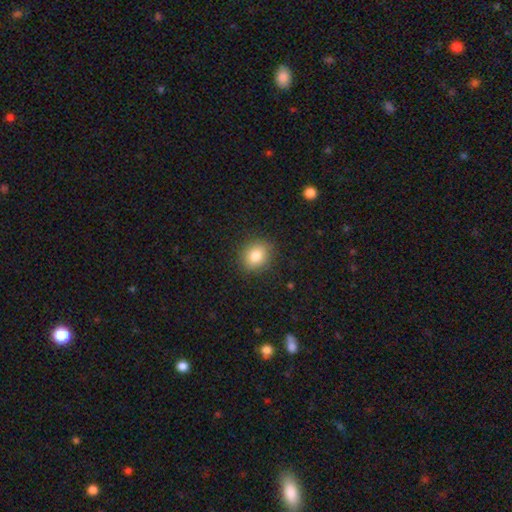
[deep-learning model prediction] Morphology: type=smooth (83%); roundness=round (57%); merging=none (87%).